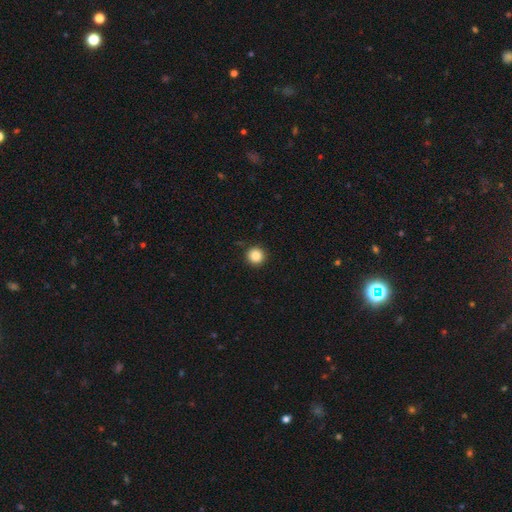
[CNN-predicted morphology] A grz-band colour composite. It shows a smooth galaxy with no disk features (86%) that is round (96%). Merging: none (91%).